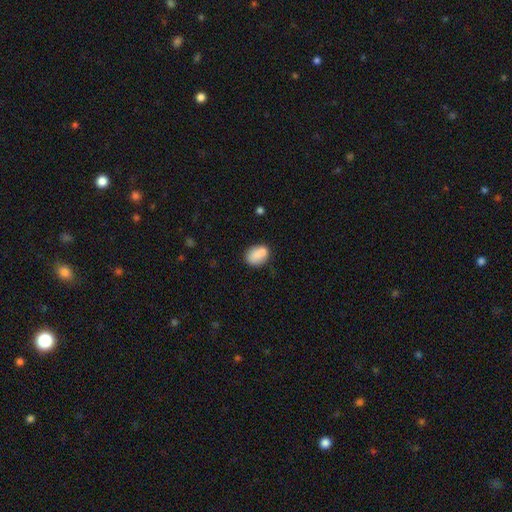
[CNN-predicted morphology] Smooth or featured? Predicted: smooth (p=0.79). How rounded? Predicted: in between (p=0.70). Merging? Predicted: none (p=0.52).